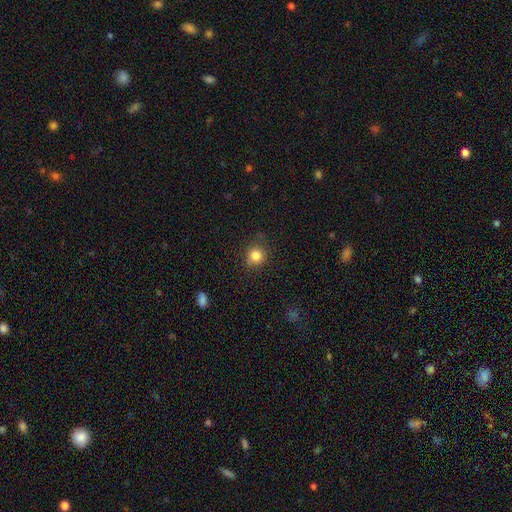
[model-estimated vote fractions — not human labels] This appears to be a smooth galaxy with no disk features (83%) that is round (89%). Merging: none (84%).